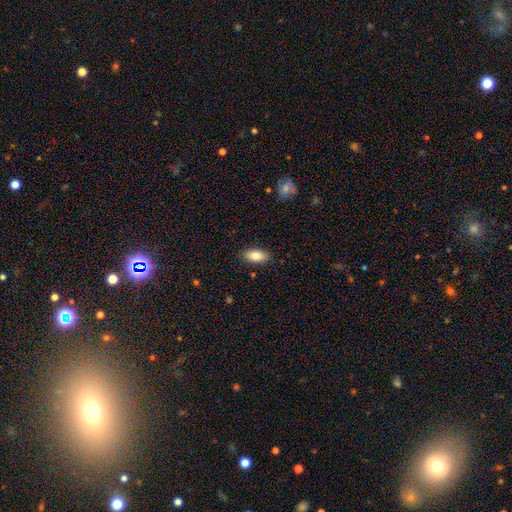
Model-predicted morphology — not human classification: Overall: smooth (84%). How rounded: in between (90%). Merging: none (87%).